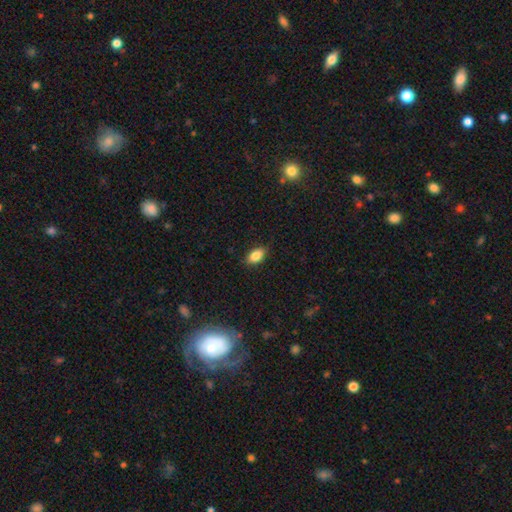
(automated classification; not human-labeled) Smooth or featured: smooth — 86% (star or artifact — 8%)
How rounded: in between — 89% (round — 8%)
Merging: none — 86% (minor disturbance — 11%)